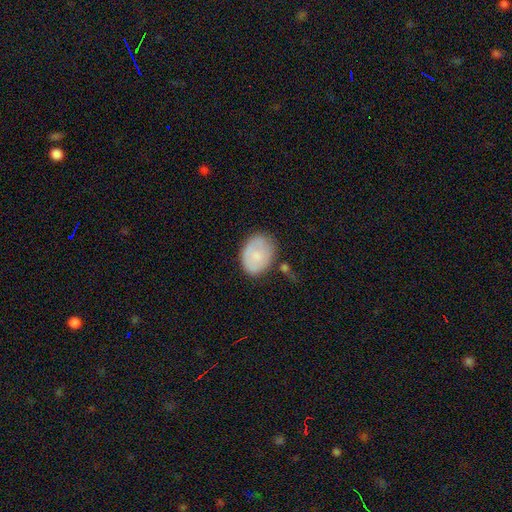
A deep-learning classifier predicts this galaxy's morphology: This is likely a smooth galaxy (75%). How rounded: likely in between (70%). Merging: likely none (67%).